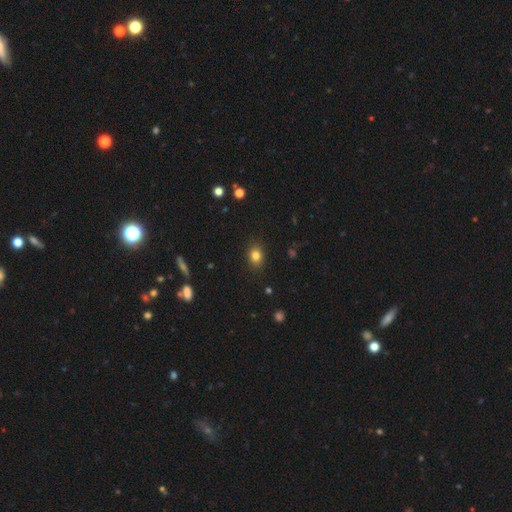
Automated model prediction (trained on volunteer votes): A smooth galaxy with no disk features (82%) that is in between round and cigar-shaped (56%).

Vote fractions:
- Smooth or featured? smooth: 82% / star or artifact: 12% / featured or disk: 7%
- How rounded? in between: 56% / round: 43% / cigar-shaped: 1%
- Merging? none: 87% / minor disturbance: 9% / major disturbance: 3% / merger: 1%